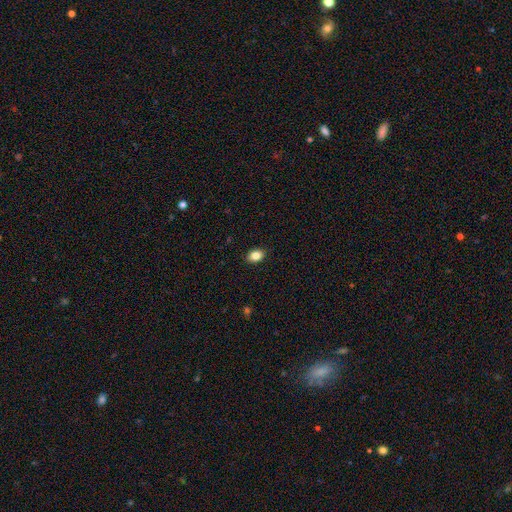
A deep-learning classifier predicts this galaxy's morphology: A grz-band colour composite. It shows a smooth galaxy with no disk features (85%) that is in between round and cigar-shaped (79%). Merging: none (90%).